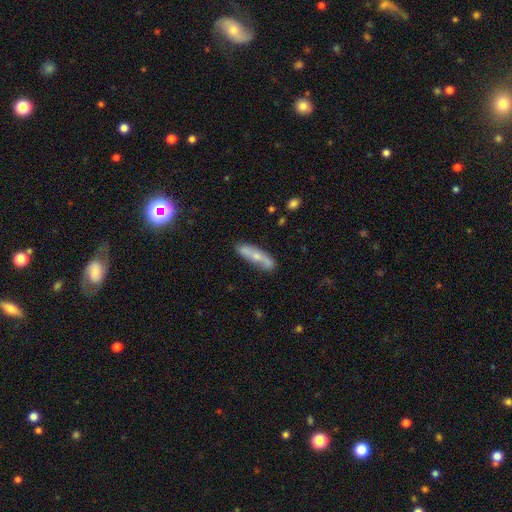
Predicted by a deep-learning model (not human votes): A smooth galaxy with no disk features (48%).

Vote fractions:
- Smooth or featured? smooth: 48% / featured or disk: 44% / star or artifact: 8%
- Merging? none: 70% / minor disturbance: 19% / merger: 5% / major disturbance: 5%